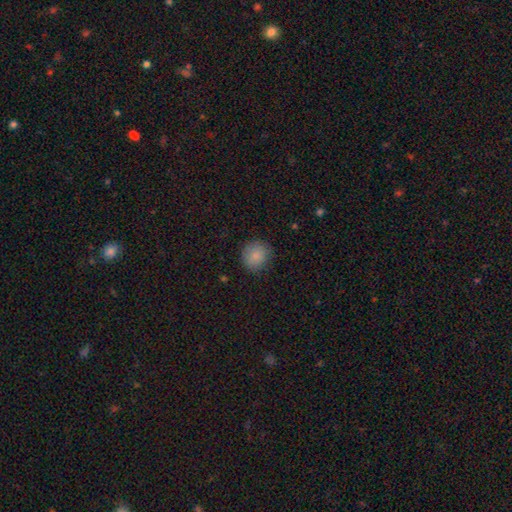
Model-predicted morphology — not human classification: Smooth or featured?
  - smooth: 86% *
  - star or artifact: 9%
  - featured or disk: 5%
How rounded?
  - round: 84% *
  - in between: 15%
  - cigar-shaped: 1%
Merging?
  - none: 85% *
  - minor disturbance: 11%
  - major disturbance: 3%
  - merger: 1%